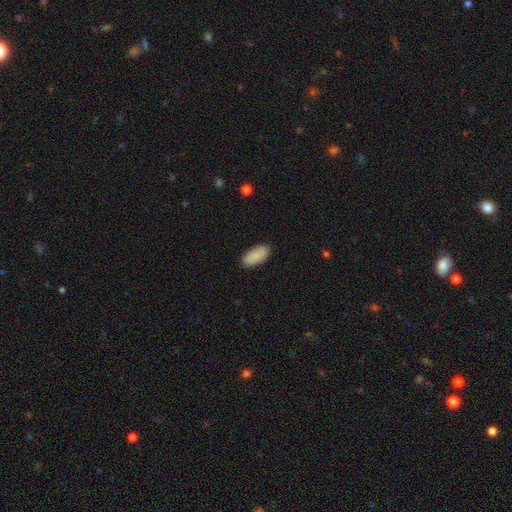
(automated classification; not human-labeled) Smooth or featured? smooth (90%)
How rounded? in between (92%)
Merging? none (88%)